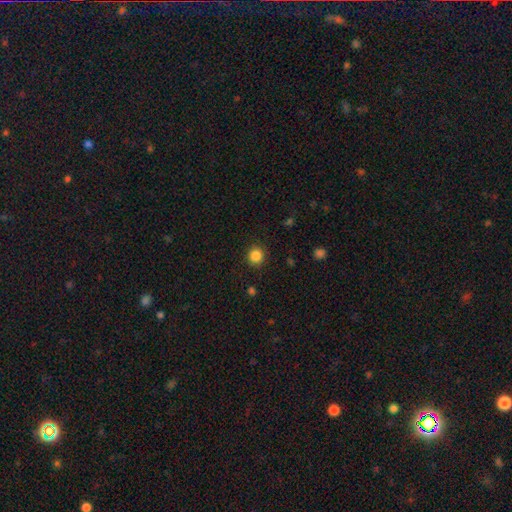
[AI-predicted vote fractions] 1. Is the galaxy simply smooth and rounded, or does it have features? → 86% smooth, 11% star or artifact, 3% featured or disk.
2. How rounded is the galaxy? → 92% round, 7% in between, 1% cigar-shaped.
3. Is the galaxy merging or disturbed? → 90% none, 6% minor disturbance, 2% major disturbance, 1% merger.